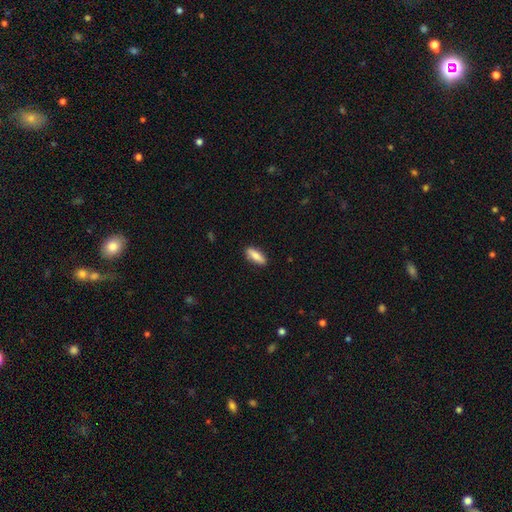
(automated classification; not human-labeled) Smooth or featured? Predicted: smooth (p=0.78). How rounded? Predicted: in between (p=0.52). Merging? Predicted: none (p=0.88).